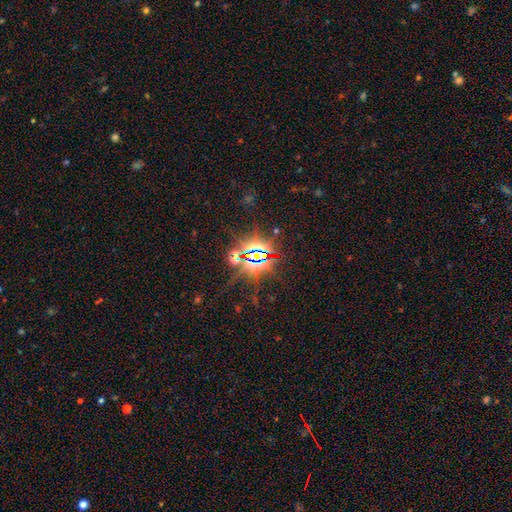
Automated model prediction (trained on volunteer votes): Smooth or featured: star or artifact — 83% (smooth — 9%)